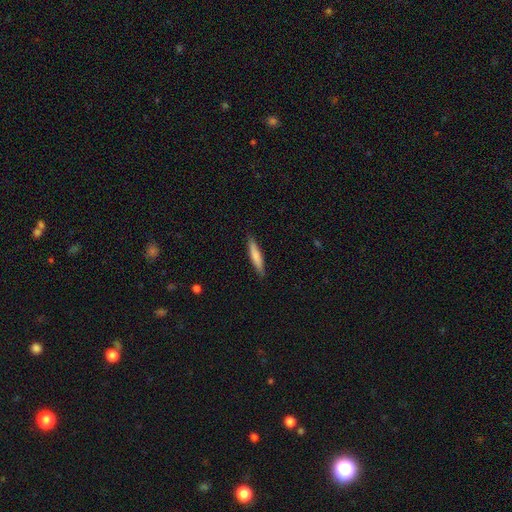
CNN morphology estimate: Smooth or featured? smooth (74%)
How rounded? cigar-shaped (88%)
Merging? none (88%)